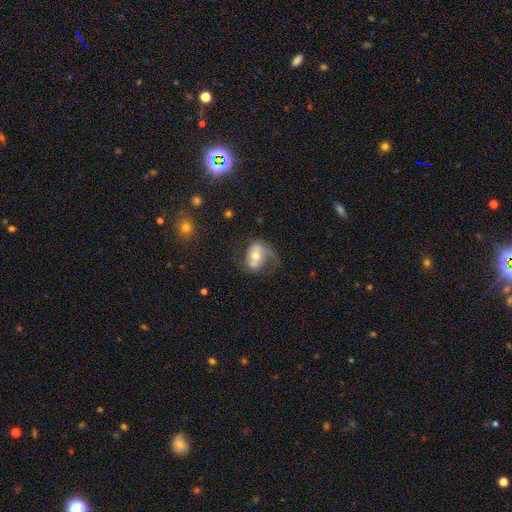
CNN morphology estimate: This is likely a featured or disk galaxy (60%). It is clearly not viewed edge-on (96%). Bar: likely no (60%). Spiral arm pattern: likely yes (77%). Central bulge: likely moderate (70%). Merging: marginally none (38%).